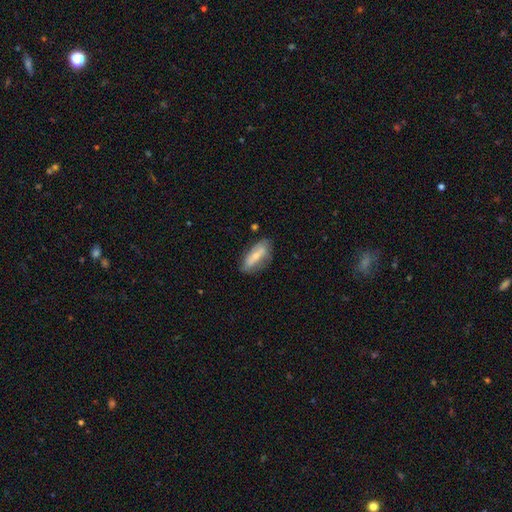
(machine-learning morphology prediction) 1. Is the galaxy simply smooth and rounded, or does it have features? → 59% smooth, 34% featured or disk, 7% star or artifact.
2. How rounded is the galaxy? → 70% in between, 27% cigar-shaped, 3% round.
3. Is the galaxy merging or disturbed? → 69% none, 22% minor disturbance, 6% major disturbance, 3% merger.